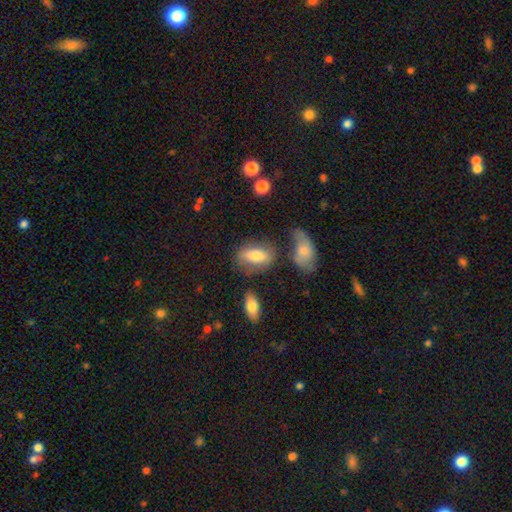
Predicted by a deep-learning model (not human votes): A smooth galaxy with no disk features (68%) that is in between round and cigar-shaped (83%).

Vote fractions:
- Smooth or featured? smooth: 68% / featured or disk: 24% / star or artifact: 9%
- How rounded? in between: 83% / cigar-shaped: 10% / round: 7%
- Merging? none: 60% / minor disturbance: 21% / merger: 10% / major disturbance: 10%